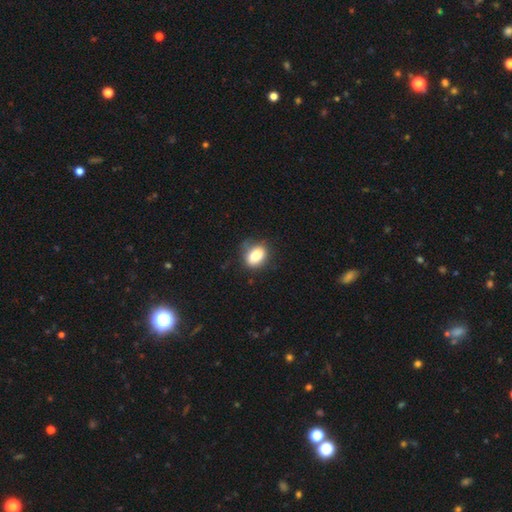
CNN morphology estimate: smooth-or-featured: smooth: 84% | star or artifact: 9% | featured or disk: 7%
  how-rounded: in between: 74% | round: 25% | cigar-shaped: 2%
  merging: none: 65% | minor disturbance: 25% | major disturbance: 7% | merger: 2%